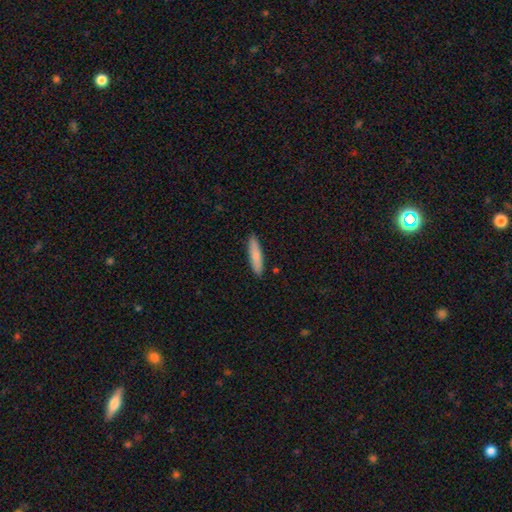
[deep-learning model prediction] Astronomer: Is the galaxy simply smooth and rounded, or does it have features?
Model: smooth — 80%.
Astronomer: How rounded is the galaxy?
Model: cigar-shaped — 82%.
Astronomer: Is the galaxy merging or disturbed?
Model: none — 90%.